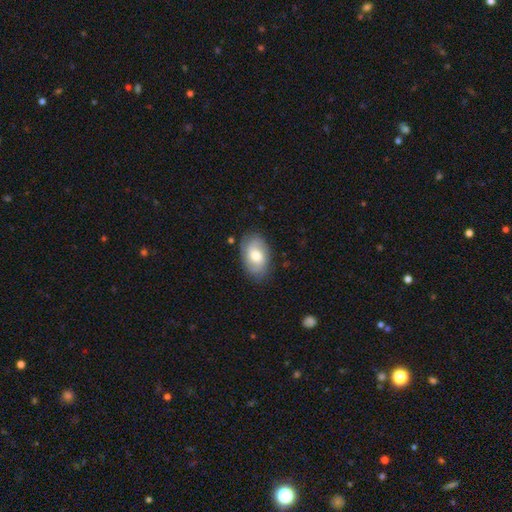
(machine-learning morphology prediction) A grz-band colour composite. It shows a featured or disk galaxy (48%). Merging: none (79%).